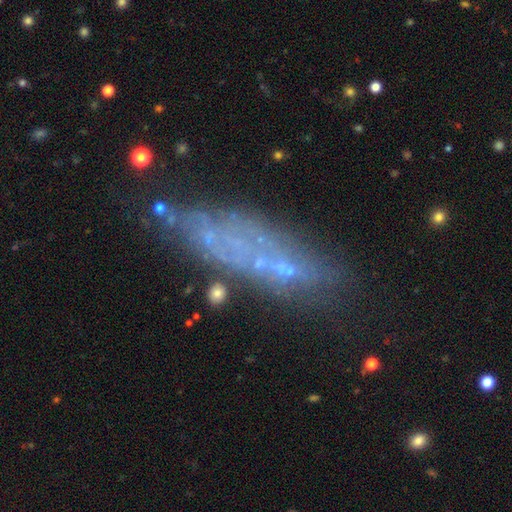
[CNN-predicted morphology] A featured or disk galaxy (45%).

Vote fractions:
- Smooth or featured? featured or disk: 45% / smooth: 35% / star or artifact: 20%
- Merging? none: 61% / minor disturbance: 19% / major disturbance: 12% / merger: 7%